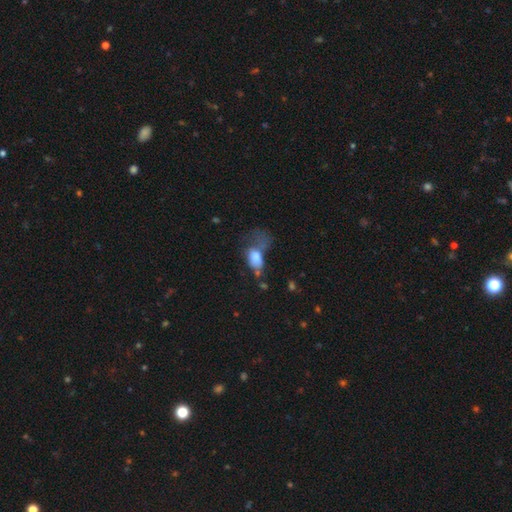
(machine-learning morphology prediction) type=smooth (71%); roundness=in between (84%); merging=major disturbance (58%).